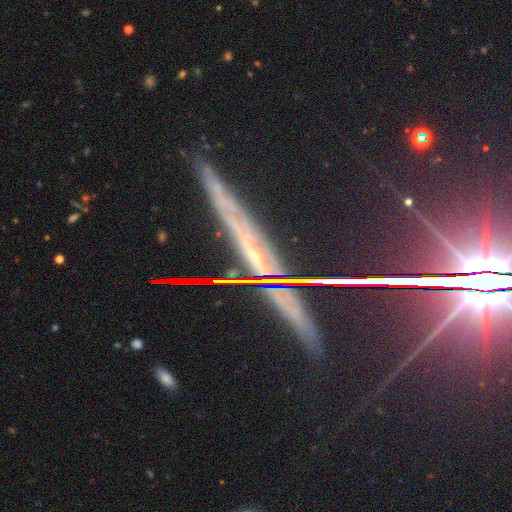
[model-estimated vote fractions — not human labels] Smooth or featured?
  - featured or disk: 54% *
  - star or artifact: 31%
  - smooth: 15%
Edge-on disk?
  - yes: 90% *
  - no: 10%
Merging?
  - none: 80% *
  - minor disturbance: 13%
  - merger: 4%
  - major disturbance: 3%